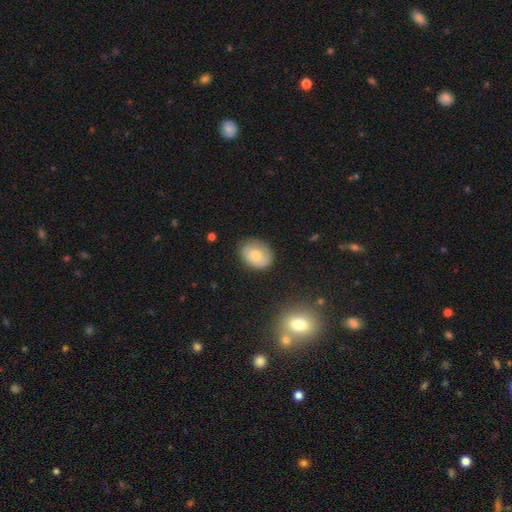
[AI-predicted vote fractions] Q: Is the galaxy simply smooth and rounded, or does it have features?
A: smooth — 71%.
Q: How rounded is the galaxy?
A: in between — 62%.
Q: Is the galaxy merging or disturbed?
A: none — 81%.